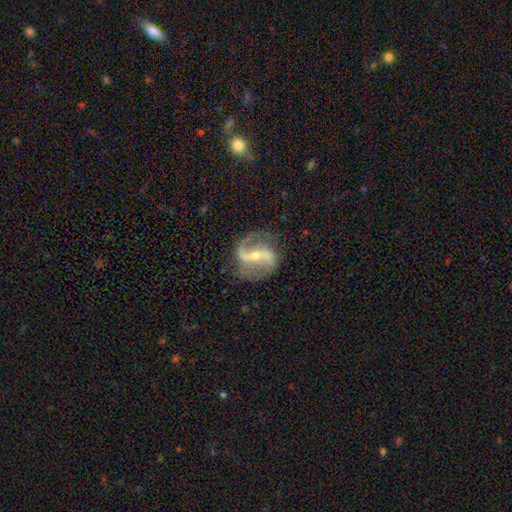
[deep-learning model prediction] smooth-or-featured: featured or disk: 91% | star or artifact: 5% | smooth: 4%
  disk-edge-on: no: 97% | yes: 3%
    bar: strong: 56% | weak: 27% | no: 17%
    has-spiral-arms: yes: 97% | no: 3%
      spiral-winding: loose: 49% | medium: 41% | tight: 10%
      spiral-arm-count: 2: 92% | 1: 3% | can't tell: 2% | 3: 1% | 4: 1% | more than 4: 1%
    bulge-size: small: 61% | moderate: 36% | none: 1% | large: 1% | dominant: 1%
  merging: none: 80% | minor disturbance: 13% | major disturbance: 6% | merger: 2%